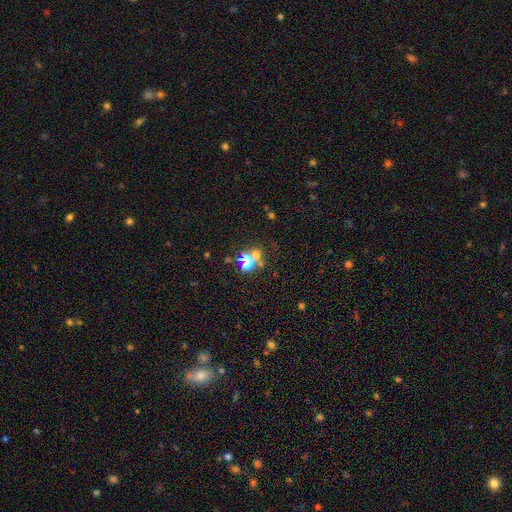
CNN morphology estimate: smooth_or_featured: star or artifact (p=0.46) [alt: smooth p=0.42]